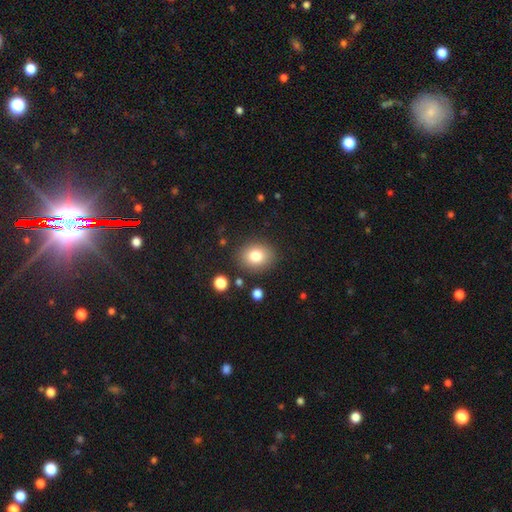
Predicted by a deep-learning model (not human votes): Smooth or featured? Predicted: smooth (p=0.80). How rounded? Predicted: round (p=0.56). Merging? Predicted: none (p=0.85).